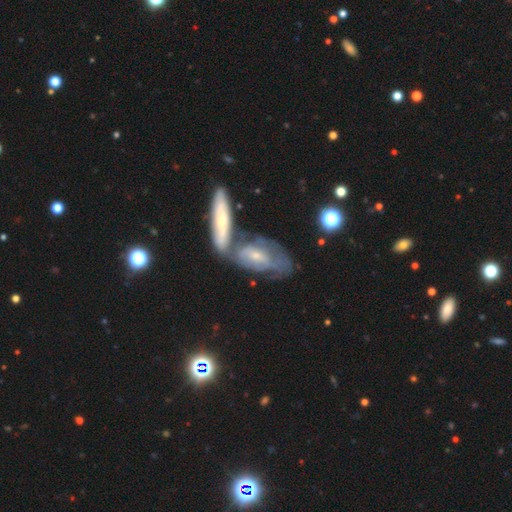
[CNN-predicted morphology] Smooth or featured? featured or disk (61%)
Edge-on disk? no (82%)
Merging? merger (48%)